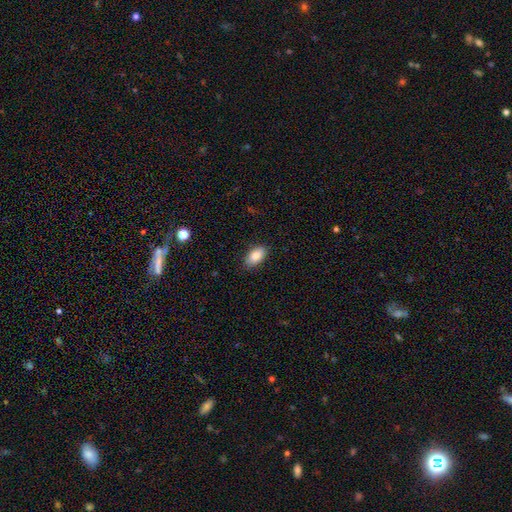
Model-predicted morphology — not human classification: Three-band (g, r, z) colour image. It shows a smooth galaxy with no disk features (85%) that is in between round and cigar-shaped (92%). Merging: none (86%).